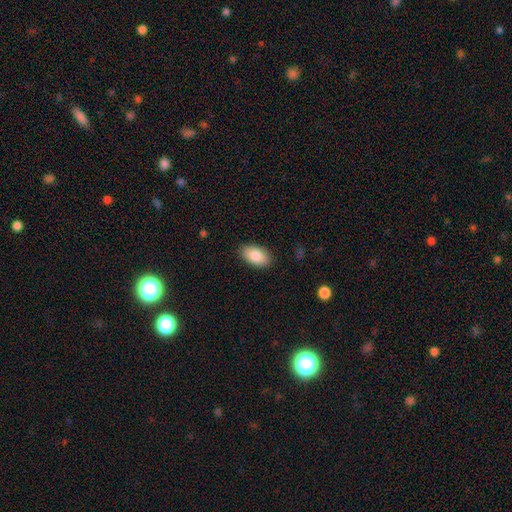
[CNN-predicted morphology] This is clearly a smooth galaxy (85%). How rounded: clearly in between (94%). Merging: clearly none (87%).